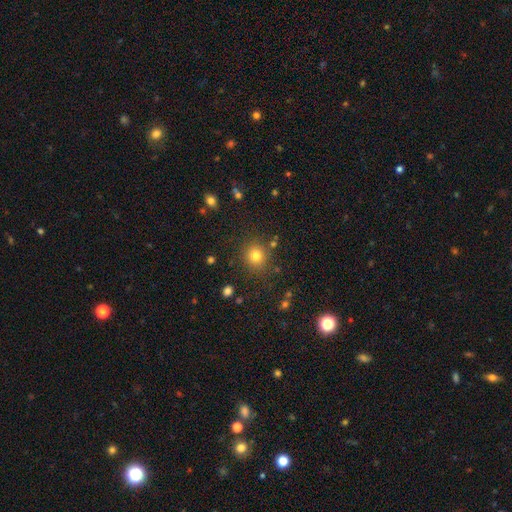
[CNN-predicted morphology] A smooth galaxy with no disk features (79%) that is round (90%). Merging: none (85%).